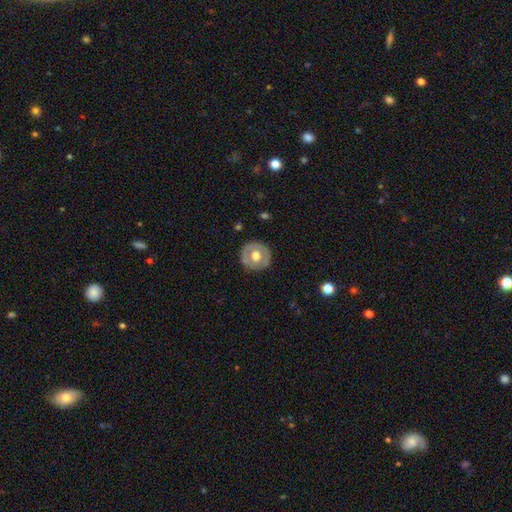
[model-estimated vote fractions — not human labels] This appears to be a smooth galaxy with no disk features (48%). Merging: none (85%).